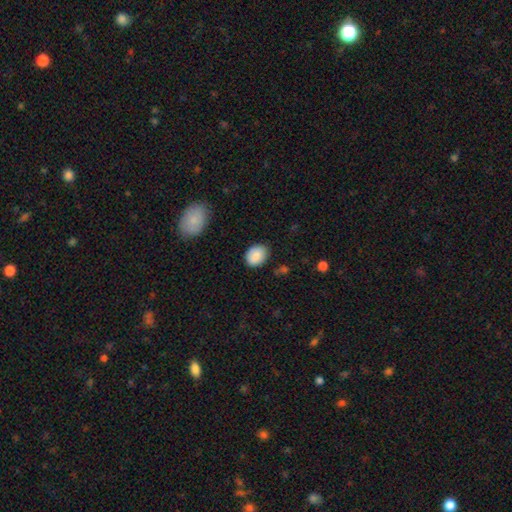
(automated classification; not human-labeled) Smooth or featured?
  - smooth: 86% *
  - star or artifact: 7%
  - featured or disk: 7%
How rounded?
  - in between: 64% *
  - round: 36%
  - cigar-shaped: 1%
Merging?
  - none: 82% *
  - minor disturbance: 13%
  - major disturbance: 3%
  - merger: 2%